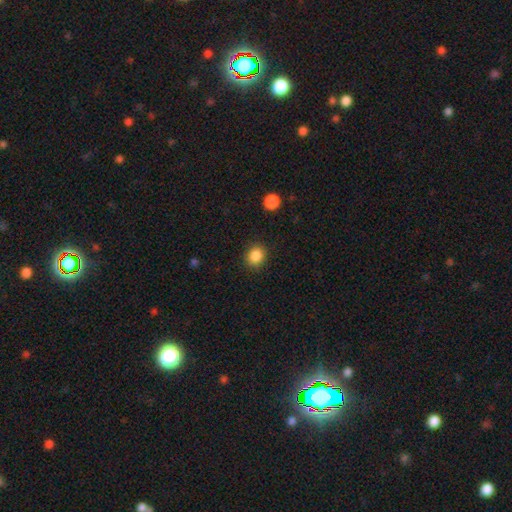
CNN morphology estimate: The model was most divided on "how rounded": round: 67%, in between: 32%, cigar-shaped: 1%. More confident: merging — none (87%); smooth or featured — smooth (87%).